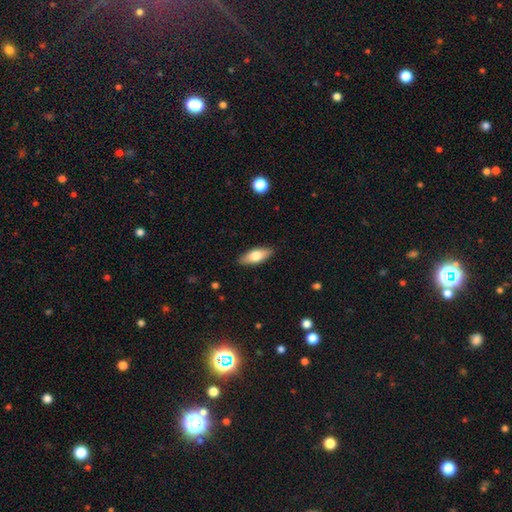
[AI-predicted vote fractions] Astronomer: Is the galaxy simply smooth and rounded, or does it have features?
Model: smooth — 72%.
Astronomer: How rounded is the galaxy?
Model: in between — 77%.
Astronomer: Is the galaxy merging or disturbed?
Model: none — 88%.